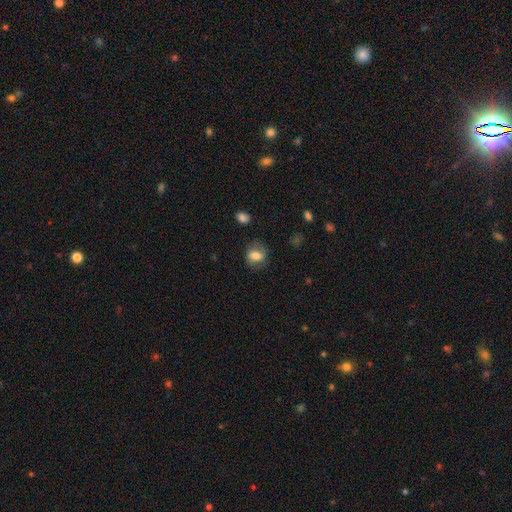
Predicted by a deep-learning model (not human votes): Morphology: type=smooth (71%); roundness=in between (61%); merging=none (72%).